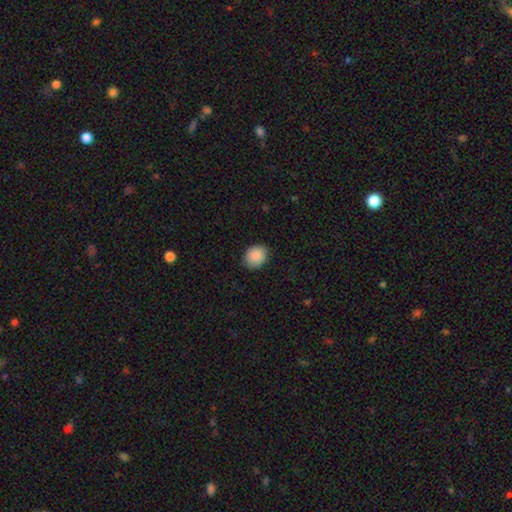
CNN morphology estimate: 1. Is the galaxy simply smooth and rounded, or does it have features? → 90% smooth, 7% star or artifact, 3% featured or disk.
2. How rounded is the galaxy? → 54% round, 45% in between, 1% cigar-shaped.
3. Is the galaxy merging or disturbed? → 85% none, 12% minor disturbance, 2% major disturbance, 1% merger.